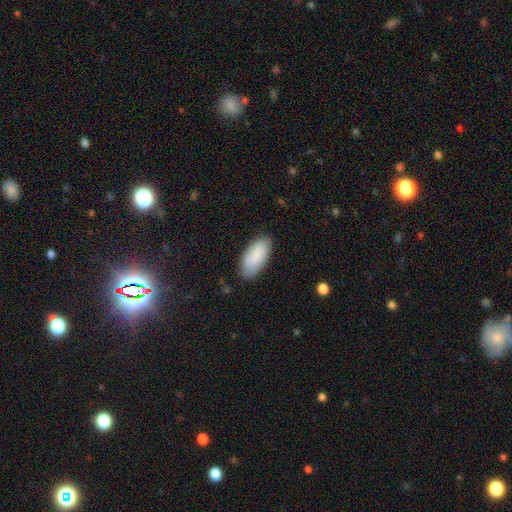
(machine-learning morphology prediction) Smooth or featured? Predicted: smooth (p=0.86). How rounded? Predicted: in between (p=0.91). Merging? Predicted: none (p=0.82).